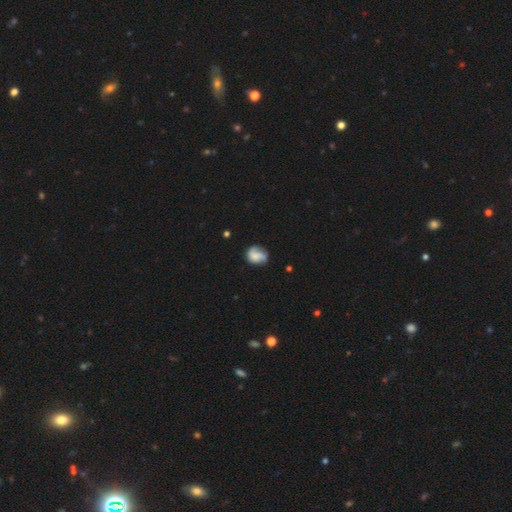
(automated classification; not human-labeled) Overall: smooth (49%; featured or disk 42%). Merging: none (56%; minor disturbance 27%).